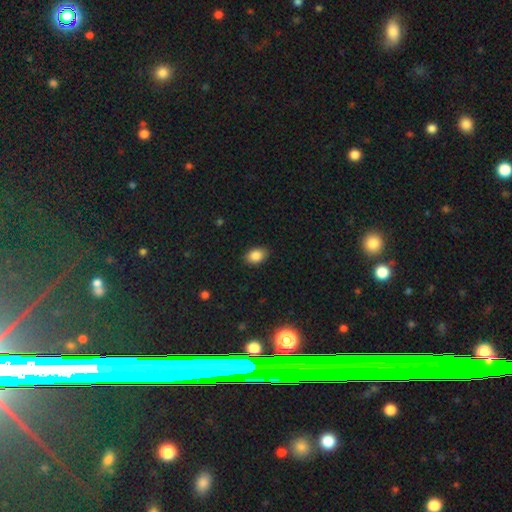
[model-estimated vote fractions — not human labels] Morphology: type=smooth (86%); roundness=in between (81%); merging=none (87%).